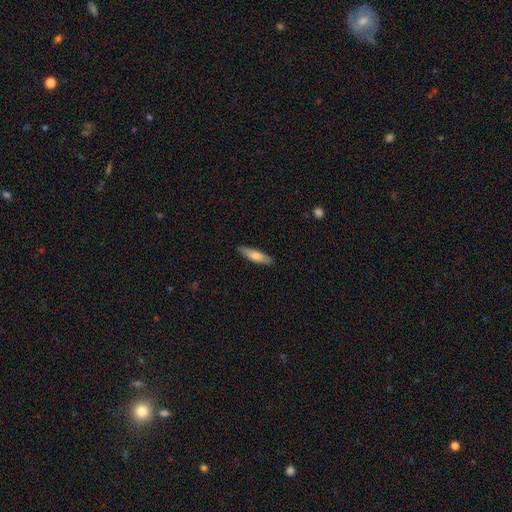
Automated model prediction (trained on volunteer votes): Smooth or featured: smooth — 71% (featured or disk — 24%)
How rounded: cigar-shaped — 66% (in between — 32%)
Merging: none — 88% (minor disturbance — 10%)